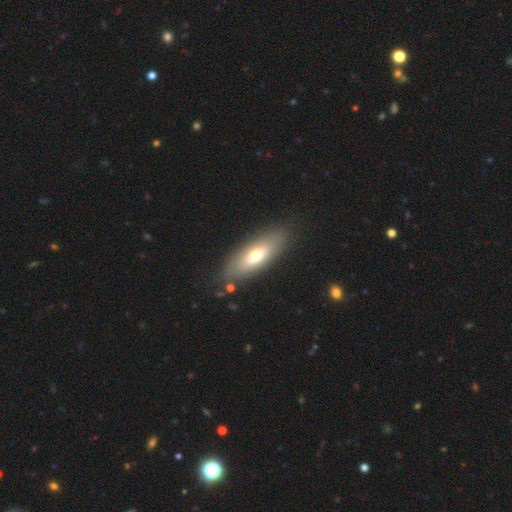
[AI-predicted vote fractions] Smooth or featured: smooth — 61% (featured or disk — 32%)
How rounded: in between — 65% (cigar-shaped — 32%)
Merging: none — 84% (minor disturbance — 10%)